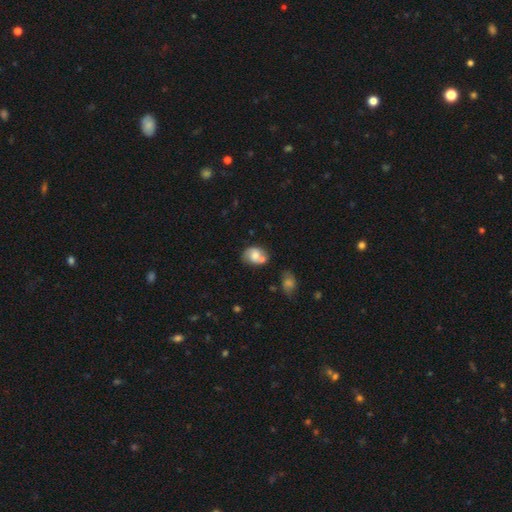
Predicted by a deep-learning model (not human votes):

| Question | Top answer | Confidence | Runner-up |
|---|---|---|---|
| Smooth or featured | smooth | 56% | featured or disk (35%) |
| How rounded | in between | 53% | round (46%) |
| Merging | none | 40% | merger (33%) |